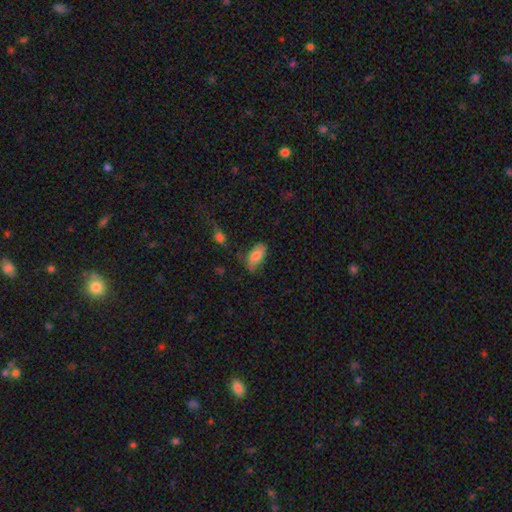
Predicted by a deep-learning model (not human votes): Overall: smooth (76%). How rounded: in between (91%). Merging: none (58%; minor disturbance 28%).